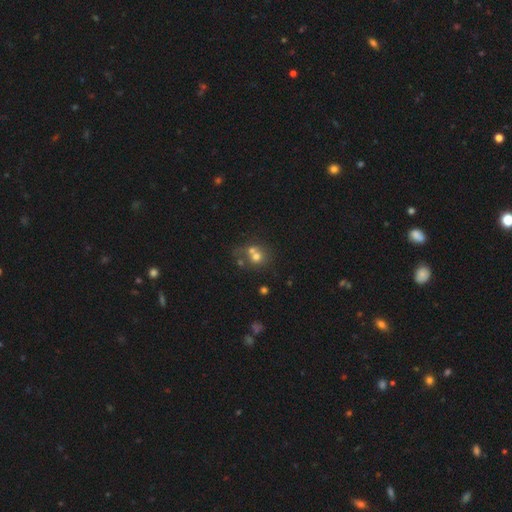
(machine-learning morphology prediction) This is likely a smooth galaxy (62%). How rounded: likely round (79%). Merging: possibly merger (52%).